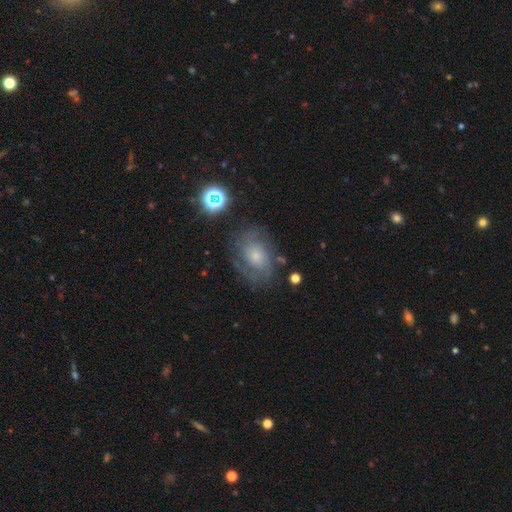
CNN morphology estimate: type=featured or disk (68%); edge-on=no (97%); bar=no (77%); spiral arms=yes (88%); winding=tight (50%); arm count=2 (38%); bulge=small (62%); merging=none (68%).